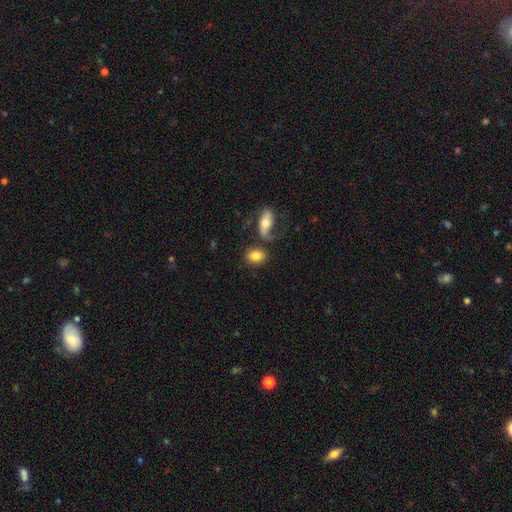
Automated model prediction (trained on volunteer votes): A smooth galaxy with no disk features (77%) that is in between round and cigar-shaped (75%).

Vote fractions:
- Smooth or featured? smooth: 77% / featured or disk: 15% / star or artifact: 8%
- How rounded? in between: 75% / round: 23% / cigar-shaped: 3%
- Merging? none: 55% / merger: 23% / minor disturbance: 13% / major disturbance: 10%